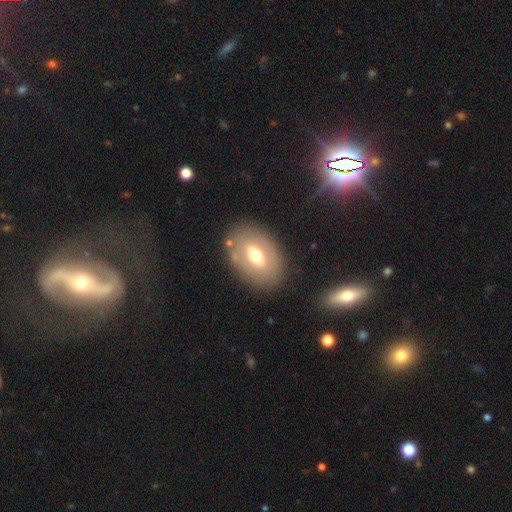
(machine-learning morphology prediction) Smooth or featured?
  - smooth: 49% *
  - featured or disk: 43%
  - star or artifact: 8%
Merging?
  - none: 81% *
  - minor disturbance: 11%
  - major disturbance: 5%
  - merger: 3%